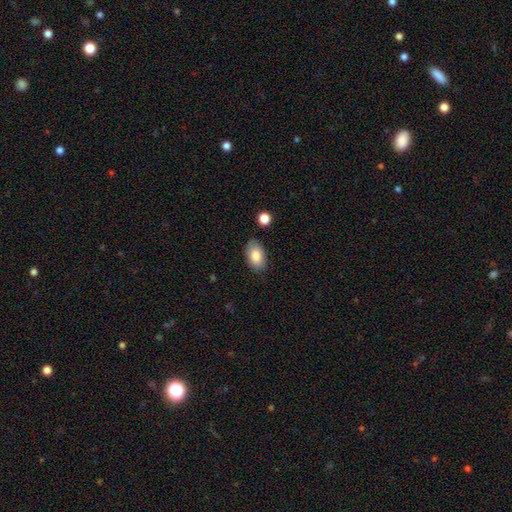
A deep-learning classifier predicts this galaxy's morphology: smooth 84%, featured or disk 9%, star or artifact 7%. Down the decision tree: how rounded — in between (93%); merging — none (81%).